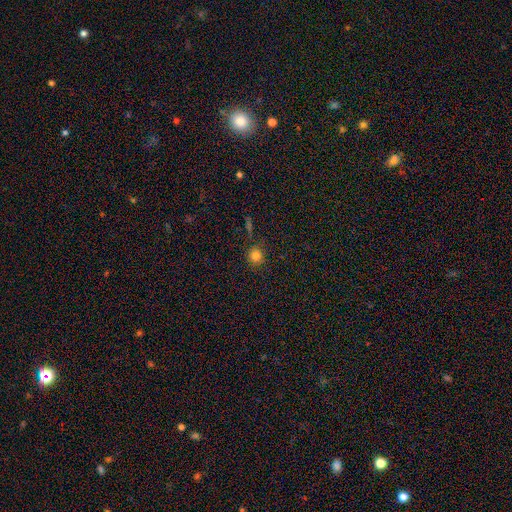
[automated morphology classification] type=smooth (80%); roundness=round (92%); merging=none (86%).